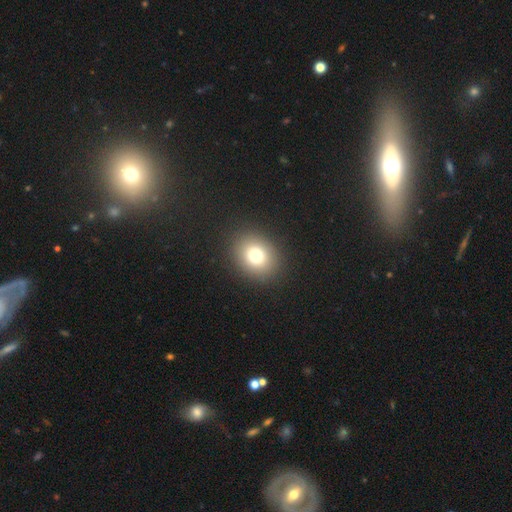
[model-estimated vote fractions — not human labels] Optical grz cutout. It shows a smooth galaxy with no disk features (77%) that is round (58%). Merging: none (89%).